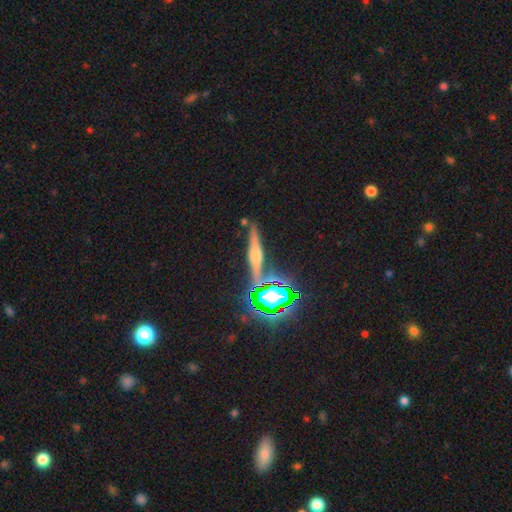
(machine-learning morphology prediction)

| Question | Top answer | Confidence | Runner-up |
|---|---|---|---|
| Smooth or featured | featured or disk | 60% | star or artifact (23%) |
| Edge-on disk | yes | 93% | no (7%) |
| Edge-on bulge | rounded | 76% | boxy (16%) |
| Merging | none | 80% | minor disturbance (10%) |